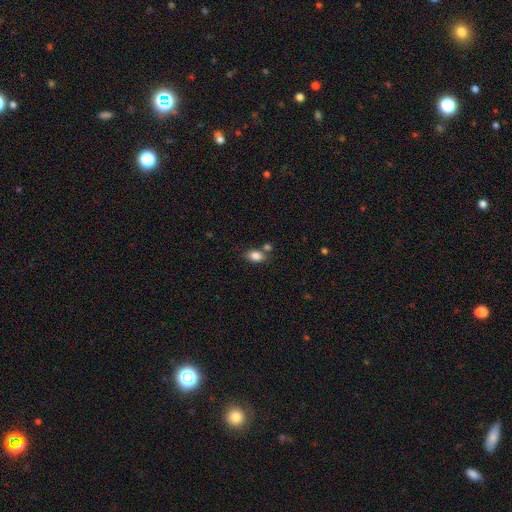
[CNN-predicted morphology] The model was most divided on "merging": none: 64%, merger: 19%, minor disturbance: 13%, major disturbance: 4%. More confident: smooth or featured — smooth (84%); how rounded — in between (83%).